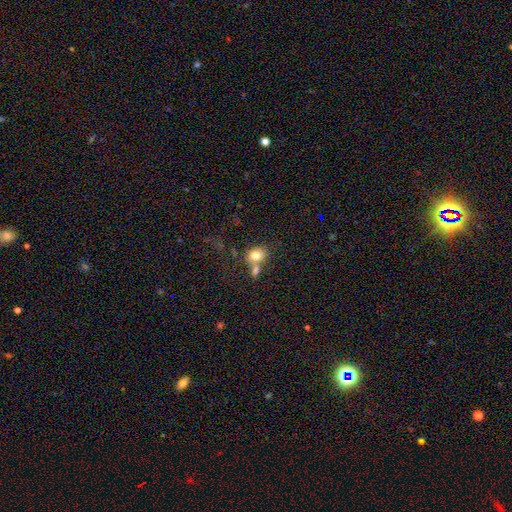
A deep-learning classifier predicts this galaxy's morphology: This appears to be a smooth galaxy with no disk features (79%) that is in between round and cigar-shaped (50%). Merging: merger (42%).